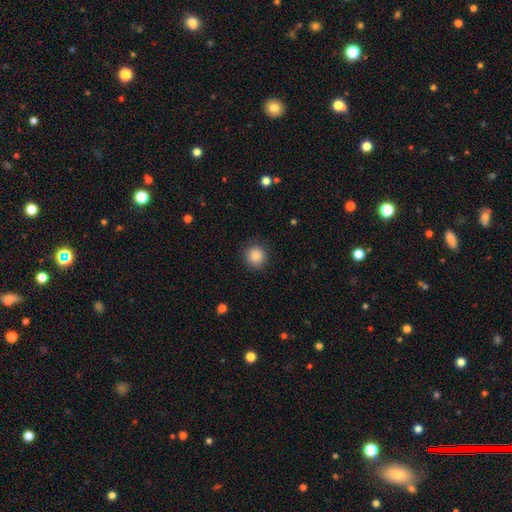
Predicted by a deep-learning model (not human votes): This appears to be a smooth galaxy with no disk features (87%) that is round (93%). Merging: none (89%).